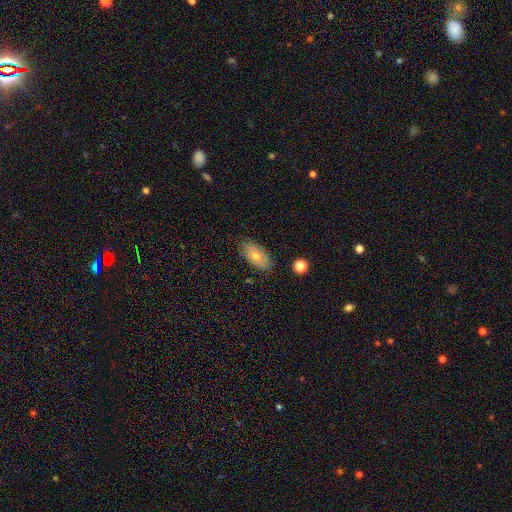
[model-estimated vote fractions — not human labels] Smooth or featured? Predicted: smooth (p=0.64). How rounded? Predicted: in between (p=0.91). Merging? Predicted: none (p=0.84).